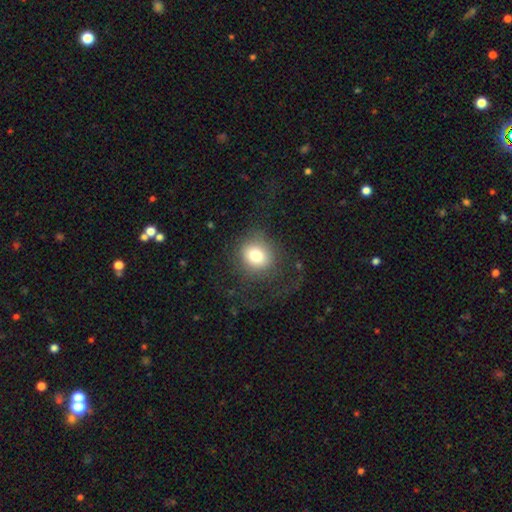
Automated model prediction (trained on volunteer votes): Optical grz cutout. It shows a smooth galaxy with no disk features (73%) that is round (82%). Merging: none (61%).